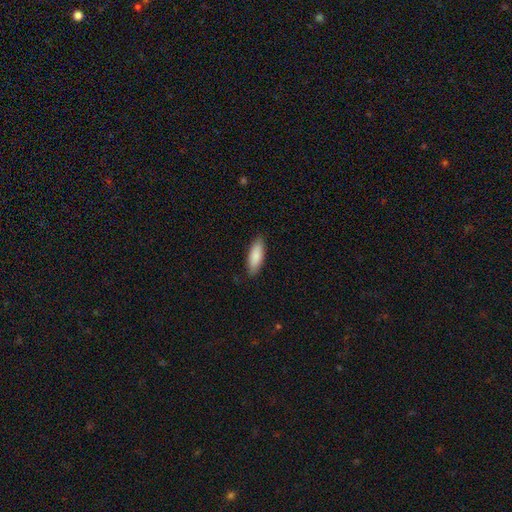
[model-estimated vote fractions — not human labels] smooth 87%, featured or disk 8%, star or artifact 5%. Down the decision tree: how rounded — in between (64%); merging — none (86%).